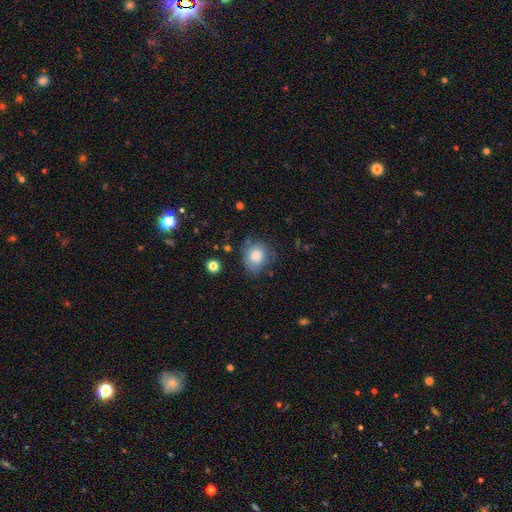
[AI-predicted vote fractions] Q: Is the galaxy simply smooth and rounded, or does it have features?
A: smooth — 80%.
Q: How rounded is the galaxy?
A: round — 61%.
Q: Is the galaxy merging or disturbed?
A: none — 66%.